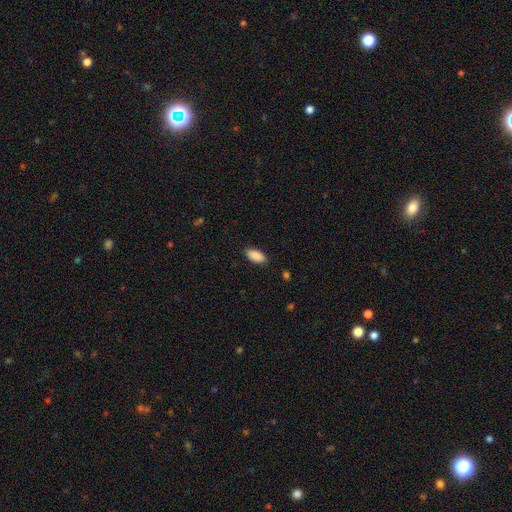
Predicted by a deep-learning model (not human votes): Overall: smooth (90%). How rounded: in between (90%). Merging: none (88%).